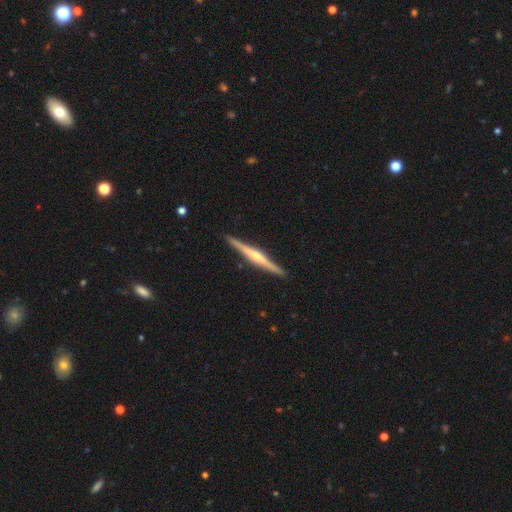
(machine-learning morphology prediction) smooth_or_featured: featured or disk (p=0.77) [alt: smooth p=0.18]
disk_edge_on: yes (p=0.98) [alt: no p=0.02]
edge_on_bulge: rounded (p=0.75) [alt: none p=0.14]
merging: none (p=0.92) [alt: minor disturbance p=0.06]